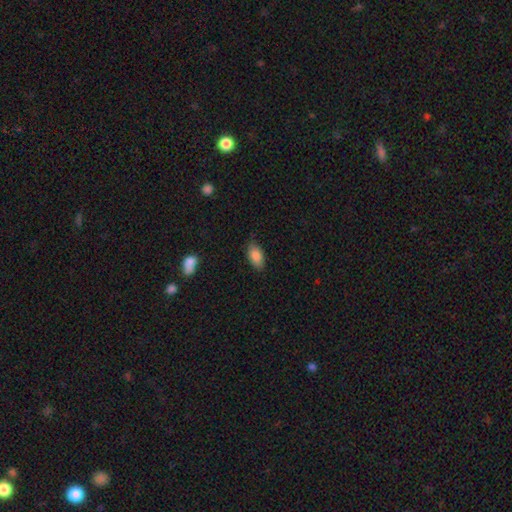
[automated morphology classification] type=smooth (86%); roundness=in between (91%); merging=none (81%).